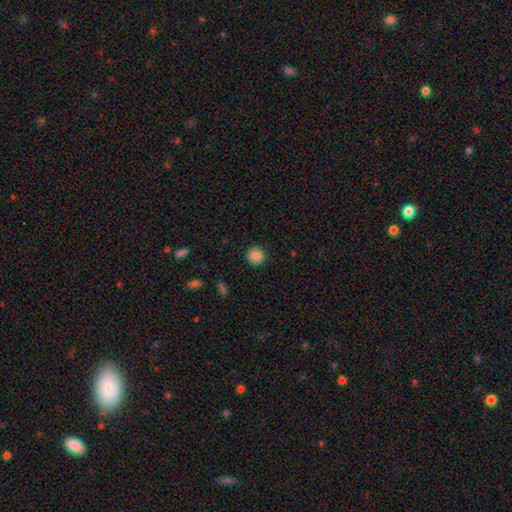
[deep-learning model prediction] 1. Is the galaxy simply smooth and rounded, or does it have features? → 85% smooth, 10% star or artifact, 5% featured or disk.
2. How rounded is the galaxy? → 94% round, 5% in between, 1% cigar-shaped.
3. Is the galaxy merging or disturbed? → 91% none, 6% minor disturbance, 2% major disturbance, 1% merger.